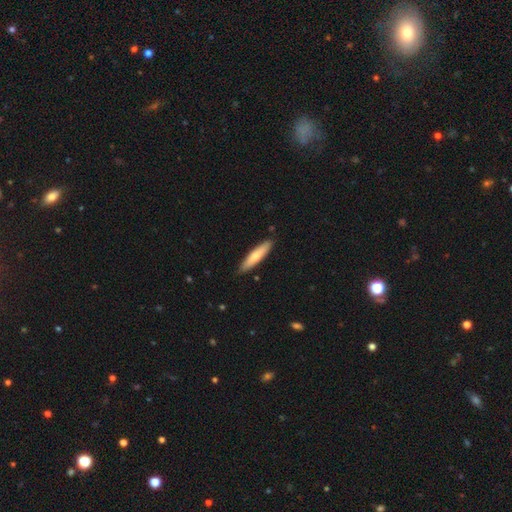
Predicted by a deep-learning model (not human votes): smooth_or_featured: smooth (p=0.68) [alt: featured or disk p=0.26]
how_rounded: cigar-shaped (p=0.82) [alt: in between p=0.17]
merging: none (p=0.88) [alt: minor disturbance p=0.10]